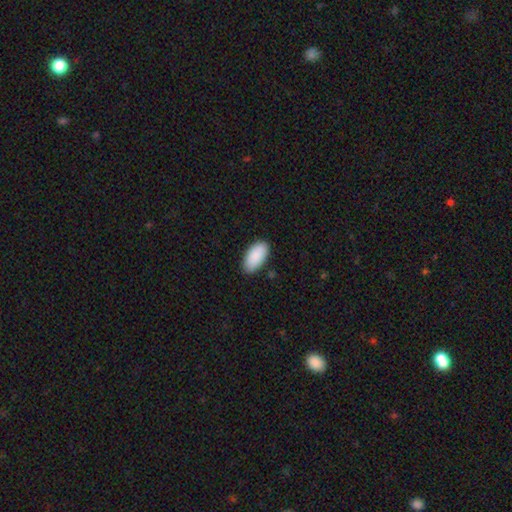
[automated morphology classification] type=smooth (90%); roundness=in between (94%); merging=none (86%).